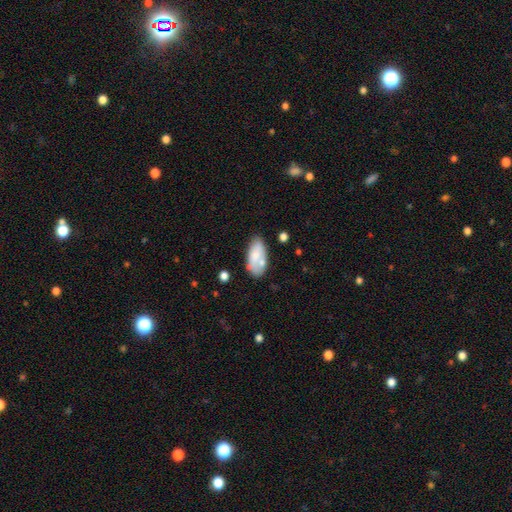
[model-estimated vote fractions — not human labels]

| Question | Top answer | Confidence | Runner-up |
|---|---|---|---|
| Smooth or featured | smooth | 72% | featured or disk (21%) |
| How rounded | in between | 90% | cigar-shaped (7%) |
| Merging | none | 56% | minor disturbance (22%) |